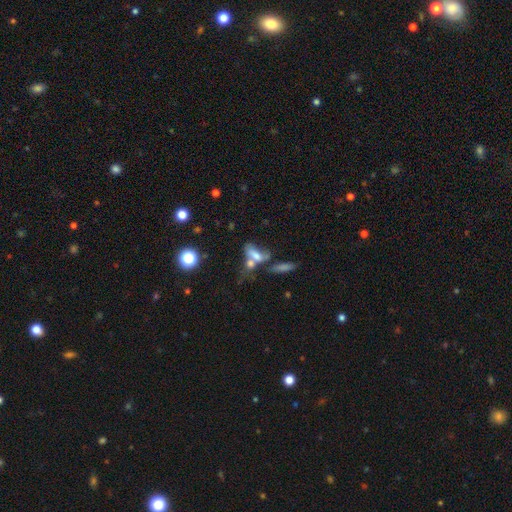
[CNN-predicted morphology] Smooth or featured: smooth — 58% (featured or disk — 27%)
How rounded: in between — 71% (cigar-shaped — 20%)
Merging: merger — 52% (none — 24%)